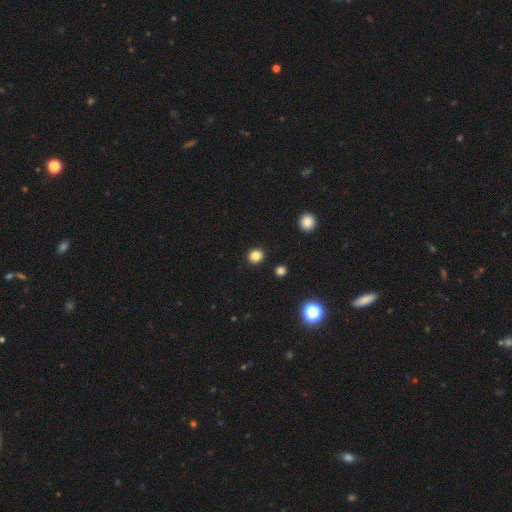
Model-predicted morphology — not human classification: A smooth galaxy with no disk features (83%) that is round (85%). Merging: none (91%).